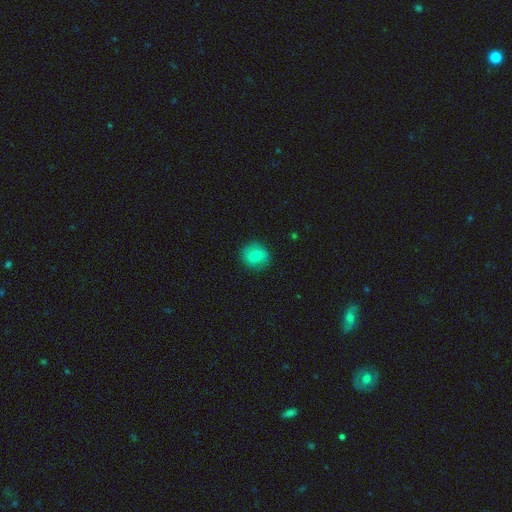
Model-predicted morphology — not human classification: A smooth galaxy with no disk features (74%) that is round (86%).

Vote fractions:
- Smooth or featured? smooth: 74% / featured or disk: 16% / star or artifact: 9%
- How rounded? round: 86% / in between: 13% / cigar-shaped: 1%
- Merging? none: 87% / minor disturbance: 10% / major disturbance: 3% / merger: 1%